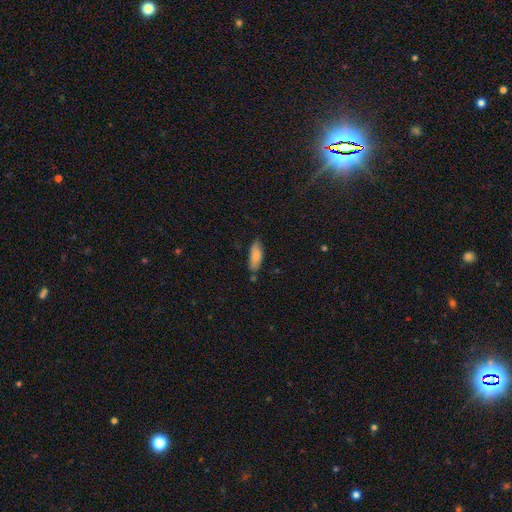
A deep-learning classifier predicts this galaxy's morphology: smooth_or_featured: smooth (p=0.84) [alt: featured or disk p=0.09]
how_rounded: in between (p=0.67) [alt: cigar-shaped p=0.31]
merging: none (p=0.75) [alt: minor disturbance p=0.18]